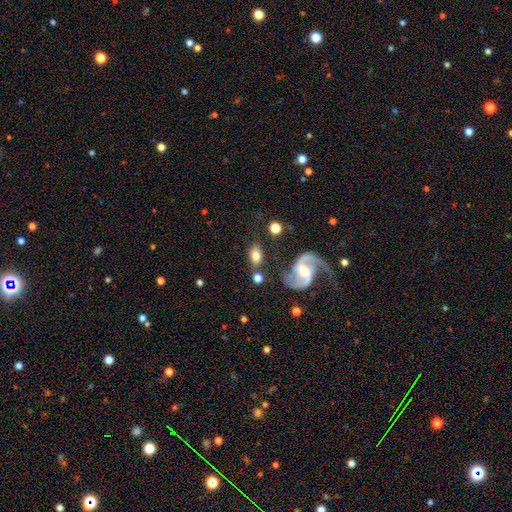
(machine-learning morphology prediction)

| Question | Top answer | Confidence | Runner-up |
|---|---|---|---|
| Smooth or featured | smooth | 62% | featured or disk (30%) |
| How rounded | in between | 81% | round (17%) |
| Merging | none | 71% | minor disturbance (15%) |